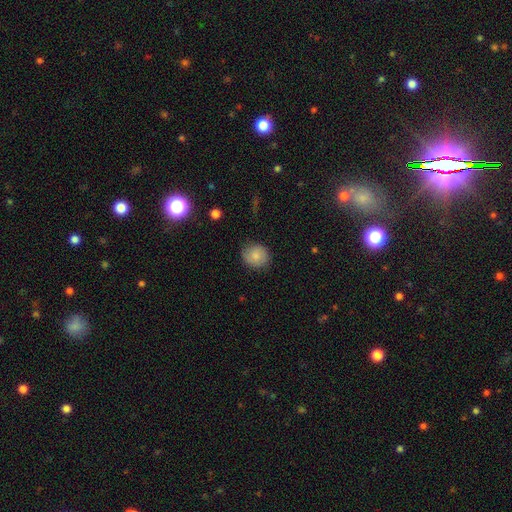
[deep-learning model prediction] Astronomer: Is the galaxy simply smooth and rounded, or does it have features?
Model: smooth — 82%.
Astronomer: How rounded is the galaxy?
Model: round — 80%.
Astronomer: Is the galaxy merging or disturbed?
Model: none — 80%.